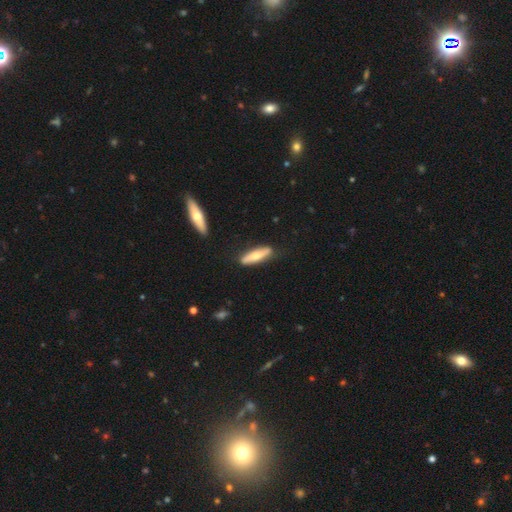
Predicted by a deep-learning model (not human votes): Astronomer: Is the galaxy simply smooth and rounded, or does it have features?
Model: smooth — 58% (runner-up: featured or disk, 37%).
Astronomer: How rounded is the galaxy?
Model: cigar-shaped — 73%.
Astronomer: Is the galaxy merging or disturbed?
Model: none — 81%.